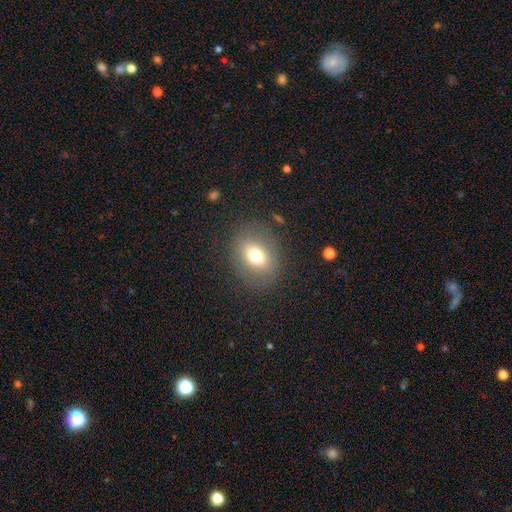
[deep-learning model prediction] This appears to be a smooth galaxy with no disk features (70%) that is round (52%). Merging: none (81%).